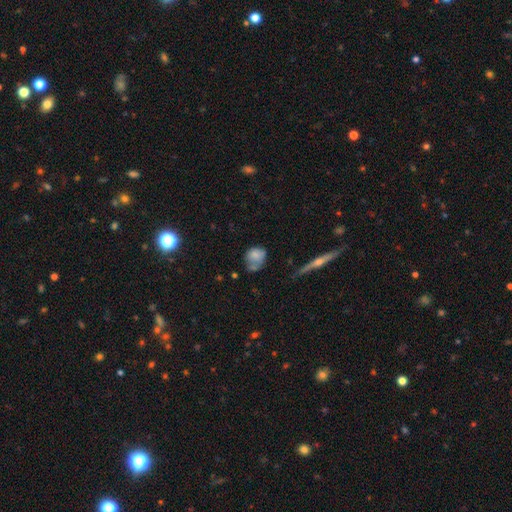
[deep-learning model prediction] Morphology: type=smooth (70%); roundness=round (56%); merging=none (40%).